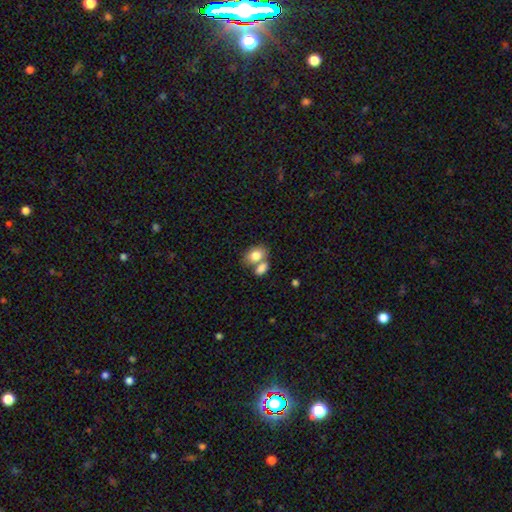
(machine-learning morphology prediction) Smooth or featured?
  - smooth: 81% *
  - featured or disk: 12%
  - star or artifact: 8%
How rounded?
  - in between: 77% *
  - round: 22%
  - cigar-shaped: 1%
Merging?
  - merger: 49% *
  - none: 38%
  - minor disturbance: 10%
  - major disturbance: 4%